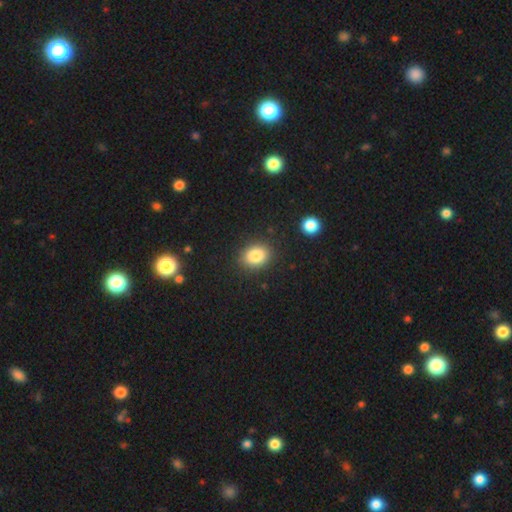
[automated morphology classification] Q: Smooth or featured?
A: smooth (84%); runner-up: star or artifact (10%)
Q: How rounded?
A: in between (52%); runner-up: round (47%)
Q: Merging?
A: none (87%); runner-up: minor disturbance (9%)